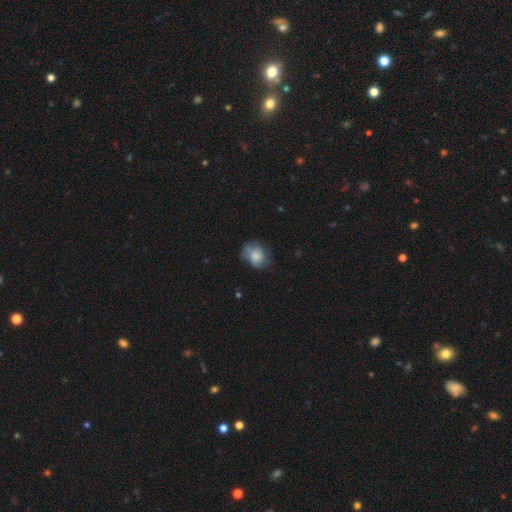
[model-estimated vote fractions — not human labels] smooth 73%, featured or disk 18%, star or artifact 8%. Down the decision tree: how rounded — round (53%); merging — none (56%).